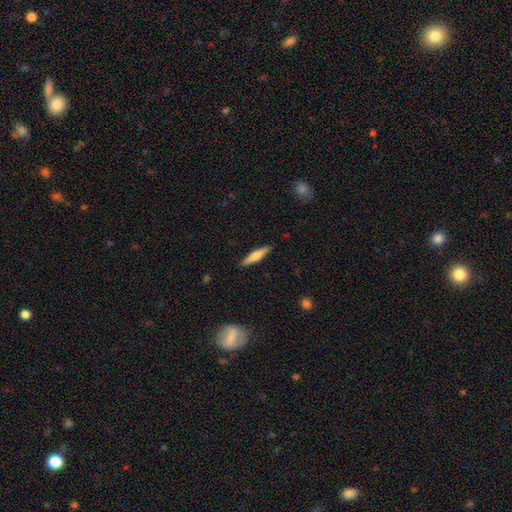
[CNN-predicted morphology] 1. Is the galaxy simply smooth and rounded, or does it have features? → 50% smooth, 44% featured or disk, 6% star or artifact.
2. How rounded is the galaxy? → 84% cigar-shaped, 14% in between, 2% round.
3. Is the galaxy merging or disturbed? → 90% none, 7% minor disturbance, 2% major disturbance, 1% merger.